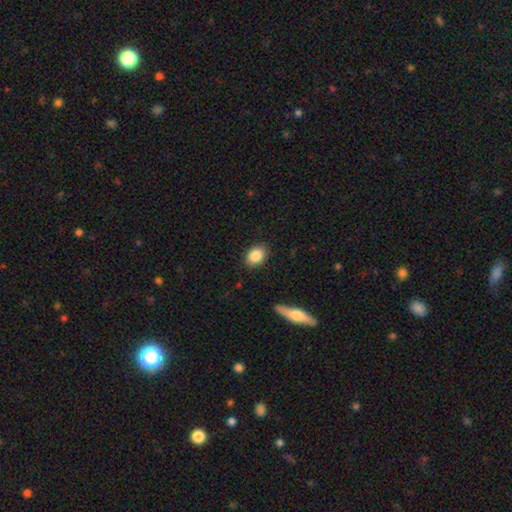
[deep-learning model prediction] Smooth or featured?
  - smooth: 86% *
  - star or artifact: 7%
  - featured or disk: 7%
How rounded?
  - in between: 75% *
  - round: 23%
  - cigar-shaped: 2%
Merging?
  - none: 87% *
  - minor disturbance: 9%
  - major disturbance: 2%
  - merger: 1%